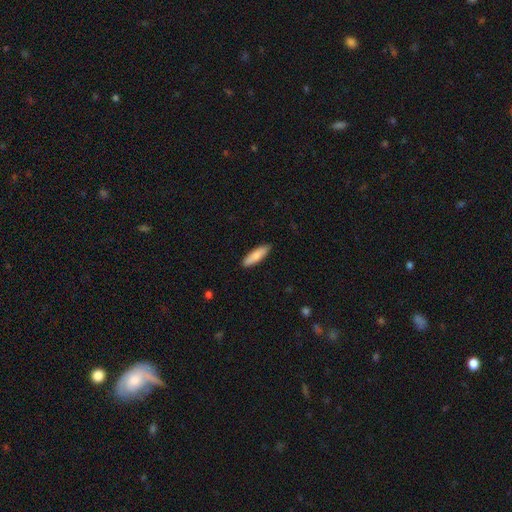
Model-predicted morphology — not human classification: A smooth galaxy with no disk features (82%) that is cigar-shaped (59%). Merging: none (88%).